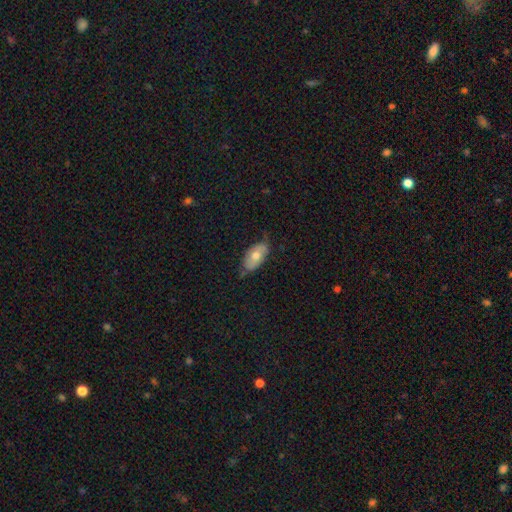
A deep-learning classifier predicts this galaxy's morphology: Overall: smooth (62%; featured or disk 32%). How rounded: in between (92%). Merging: none (66%; minor disturbance 27%).